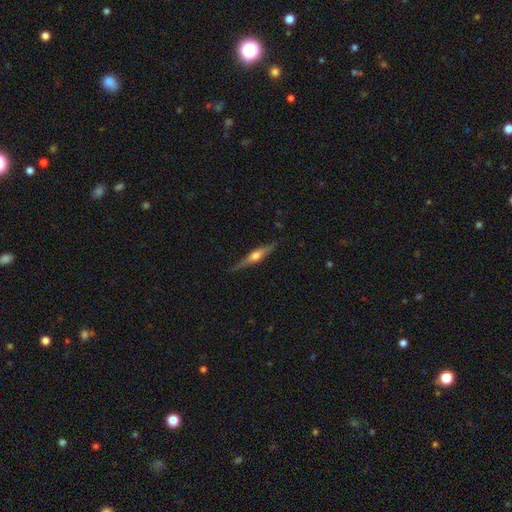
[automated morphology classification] A featured or disk galaxy (71%) viewed edge-on (97%) with a rounded central bulge (91%). Merging: none (85%).